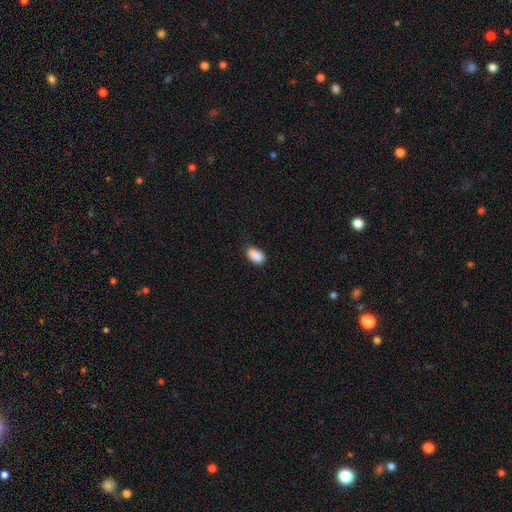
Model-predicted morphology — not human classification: smooth 89%, star or artifact 8%, featured or disk 3%. Down the decision tree: how rounded — in between (91%); merging — none (77%).